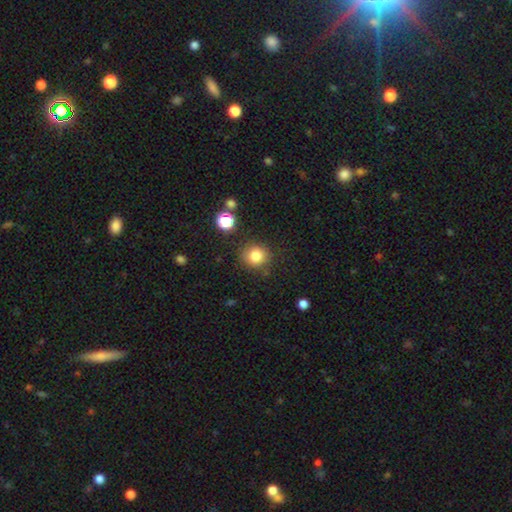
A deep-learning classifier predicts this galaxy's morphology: smooth 82%, star or artifact 12%, featured or disk 6%. Down the decision tree: how rounded — round (86%); merging — none (84%).